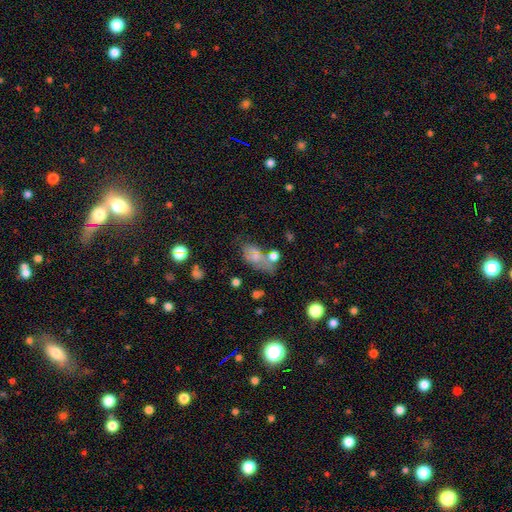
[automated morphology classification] This appears to be a smooth galaxy with no disk features (61%) that is in between round and cigar-shaped (85%). Merging: none (41%).